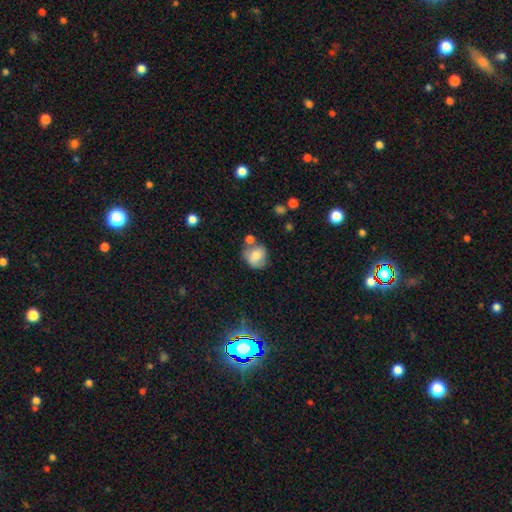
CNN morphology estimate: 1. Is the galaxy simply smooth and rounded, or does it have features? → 67% smooth, 24% featured or disk, 10% star or artifact.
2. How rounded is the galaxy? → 75% round, 24% in between, 1% cigar-shaped.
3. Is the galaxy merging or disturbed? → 54% none, 22% minor disturbance, 17% merger, 7% major disturbance.